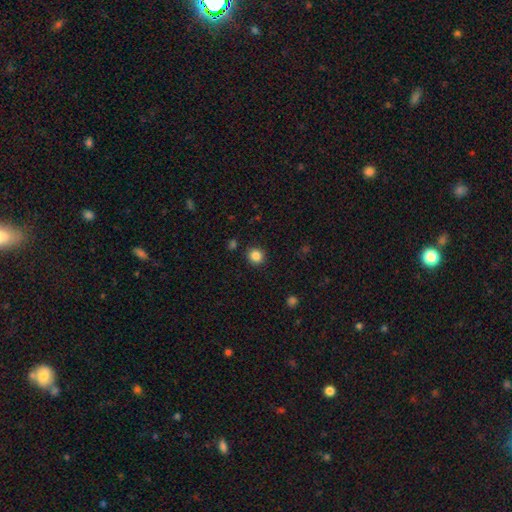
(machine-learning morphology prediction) Q: Smooth or featured?
A: smooth (85%); runner-up: star or artifact (11%)
Q: How rounded?
A: round (90%); runner-up: in between (9%)
Q: Merging?
A: none (90%); runner-up: minor disturbance (6%)